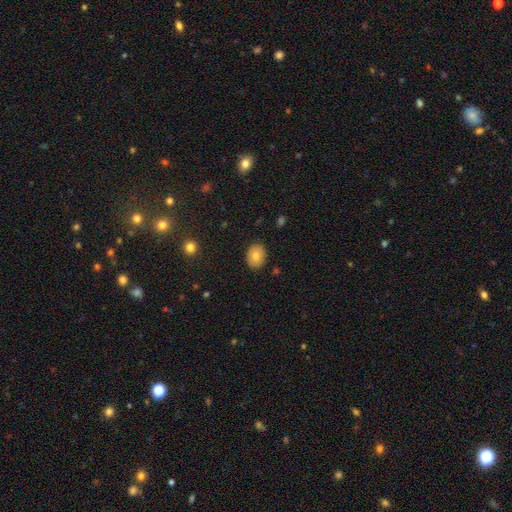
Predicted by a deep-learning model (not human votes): The model was most divided on "how rounded": in between: 51%, round: 48%, cigar-shaped: 1%. More confident: merging — none (89%); smooth or featured — smooth (78%).